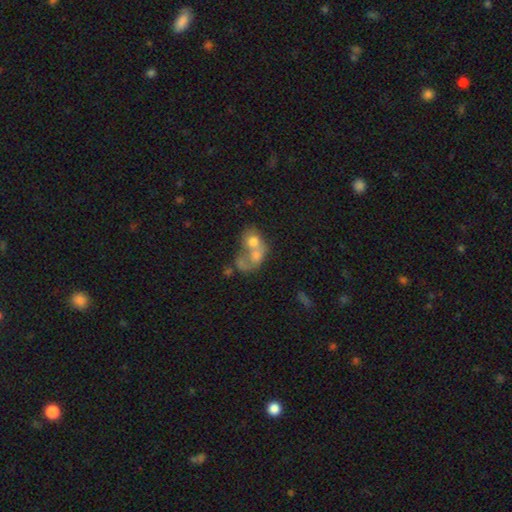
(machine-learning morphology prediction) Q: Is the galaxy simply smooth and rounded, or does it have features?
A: smooth — 59%.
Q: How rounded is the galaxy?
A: in between — 50%.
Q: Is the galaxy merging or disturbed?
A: merger — 73%.